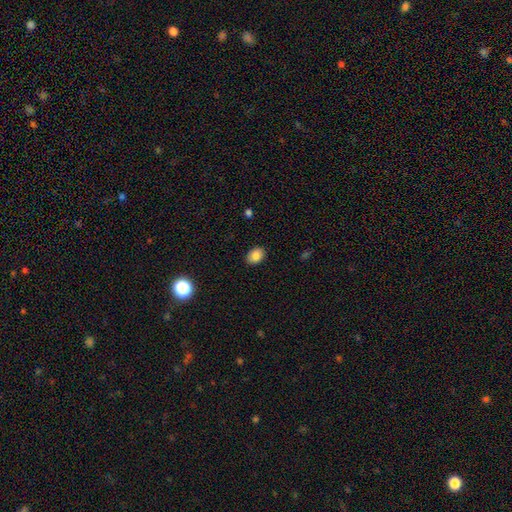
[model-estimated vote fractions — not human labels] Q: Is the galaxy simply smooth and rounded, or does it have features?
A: smooth — 85%.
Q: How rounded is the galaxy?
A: in between — 72%.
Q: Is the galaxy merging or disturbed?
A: none — 88%.